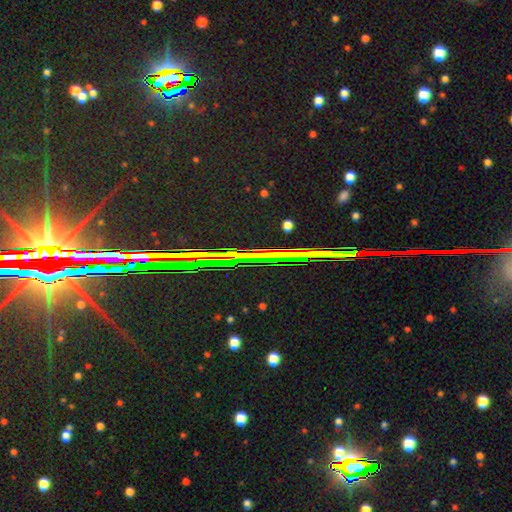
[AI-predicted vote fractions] Morphology: type=star or artifact (84%).